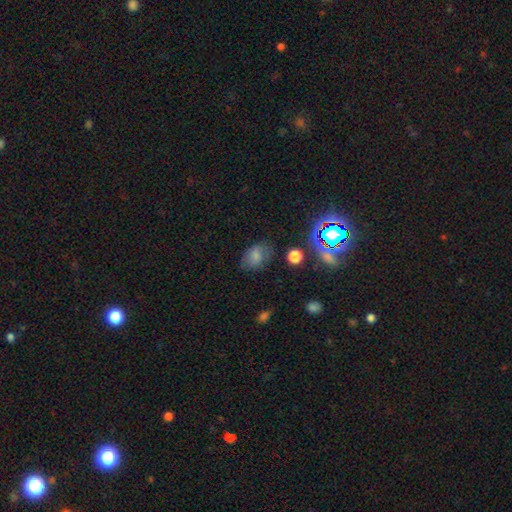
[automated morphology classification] This appears to be a smooth galaxy with no disk features (70%) that is in between round and cigar-shaped (76%). Merging: none (67%).